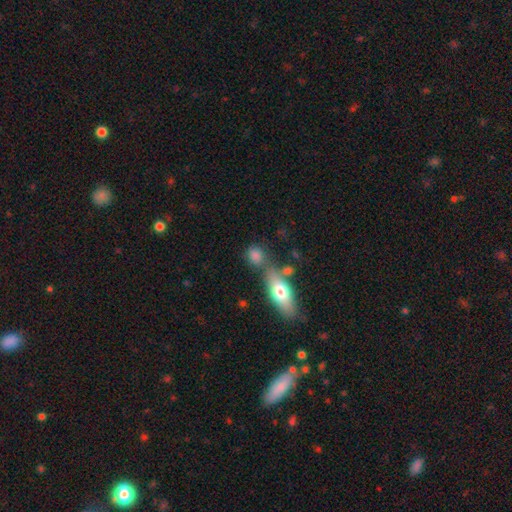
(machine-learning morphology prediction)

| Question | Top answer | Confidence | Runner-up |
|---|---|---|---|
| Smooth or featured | smooth | 79% | featured or disk (12%) |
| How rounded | round | 53% | in between (37%) |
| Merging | none | 58% | merger (22%) |